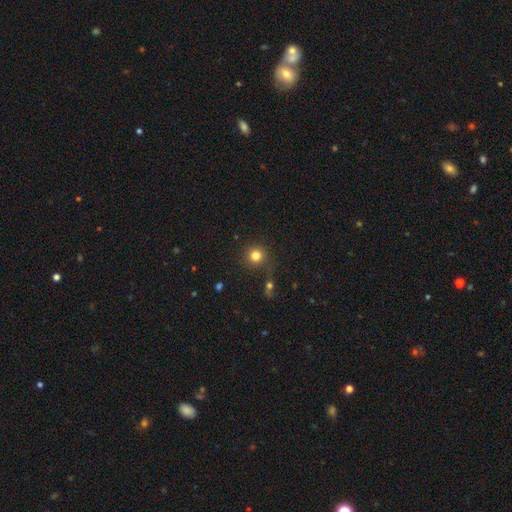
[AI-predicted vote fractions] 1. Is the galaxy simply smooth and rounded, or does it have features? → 80% smooth, 14% star or artifact, 7% featured or disk.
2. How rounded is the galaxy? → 93% round, 6% in between, 1% cigar-shaped.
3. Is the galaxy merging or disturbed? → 79% none, 9% minor disturbance, 8% merger, 4% major disturbance.